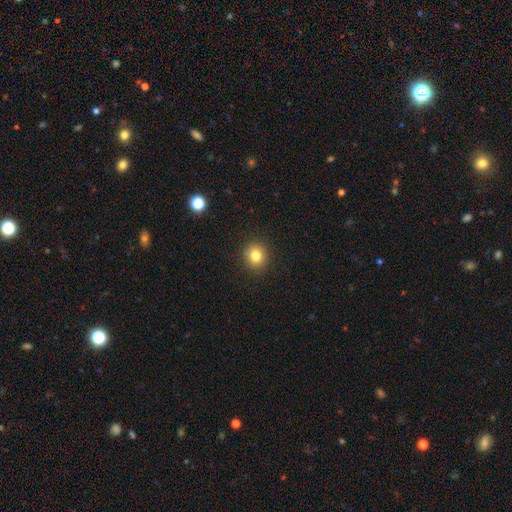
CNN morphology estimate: type=smooth (81%); roundness=round (82%); merging=none (90%).